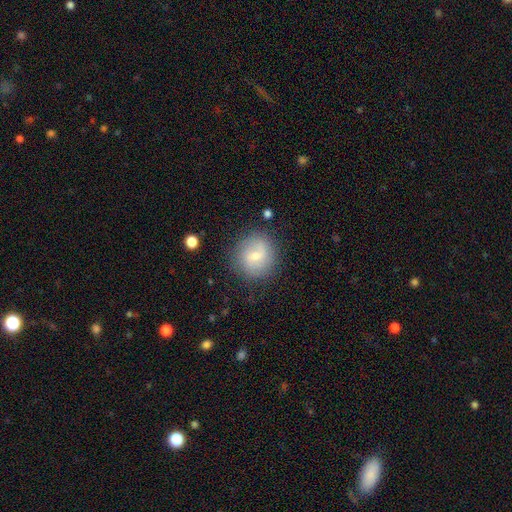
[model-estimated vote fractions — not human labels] Smooth or featured? smooth (54%)
How rounded? round (89%)
Merging? none (79%)